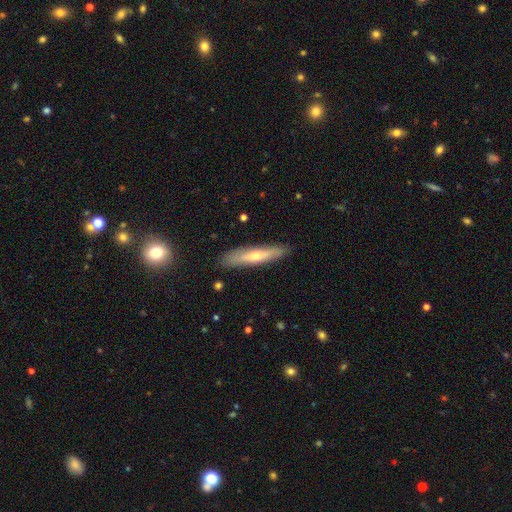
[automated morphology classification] A featured or disk galaxy (52%) viewed edge-on (77%).

Vote fractions:
- Smooth or featured? featured or disk: 52% / smooth: 42% / star or artifact: 7%
- Edge-on disk? yes: 77% / no: 23%
- Merging? none: 87% / minor disturbance: 9% / major disturbance: 2% / merger: 1%